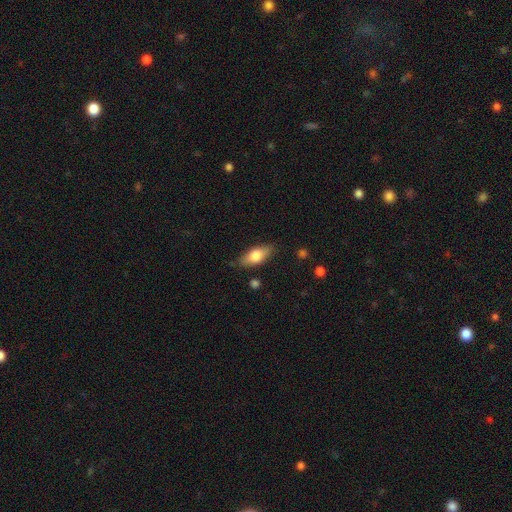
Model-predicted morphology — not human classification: Smooth or featured?
  - smooth: 69% *
  - featured or disk: 24%
  - star or artifact: 6%
How rounded?
  - in between: 79% *
  - cigar-shaped: 17%
  - round: 4%
Merging?
  - none: 81% *
  - minor disturbance: 14%
  - major disturbance: 3%
  - merger: 2%